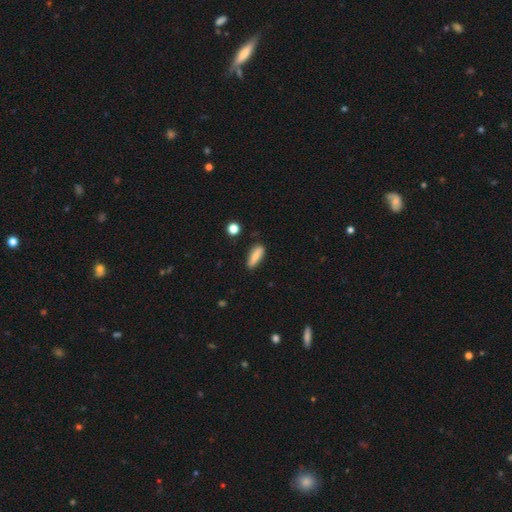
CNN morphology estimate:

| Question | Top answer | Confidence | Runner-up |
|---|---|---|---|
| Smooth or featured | smooth | 82% | featured or disk (11%) |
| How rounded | cigar-shaped | 53% | in between (44%) |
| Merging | none | 82% | minor disturbance (14%) |